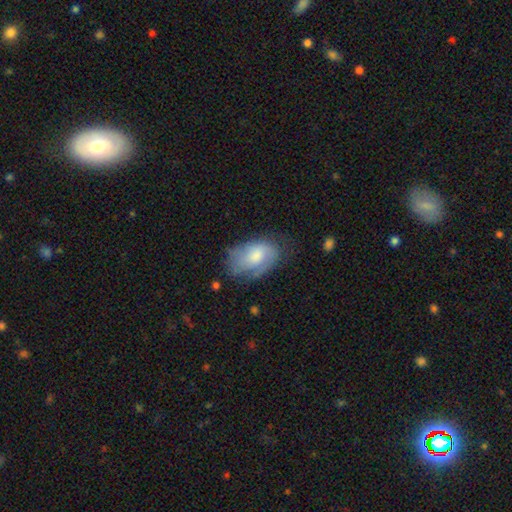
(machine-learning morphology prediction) Smooth or featured? smooth (57%)
How rounded? in between (90%)
Merging? none (52%)